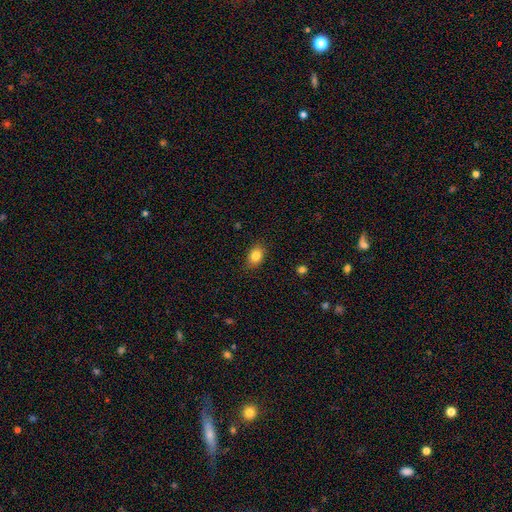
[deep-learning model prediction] smooth 84%, star or artifact 9%, featured or disk 7%. Down the decision tree: how rounded — in between (76%); merging — none (85%).